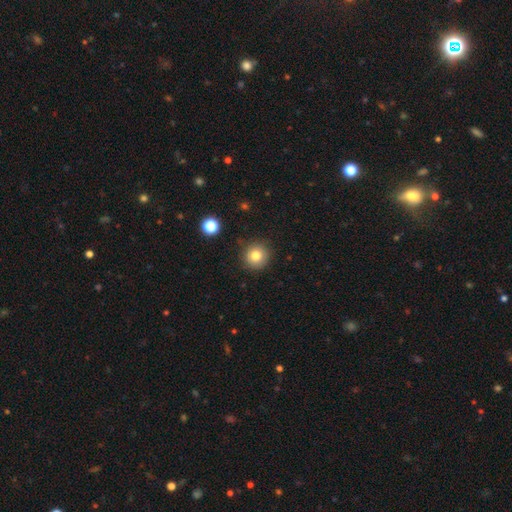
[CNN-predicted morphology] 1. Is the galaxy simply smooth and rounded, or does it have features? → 80% smooth, 11% star or artifact, 8% featured or disk.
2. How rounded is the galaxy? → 93% round, 6% in between, 1% cigar-shaped.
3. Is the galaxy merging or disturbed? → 88% none, 8% minor disturbance, 2% major disturbance, 2% merger.